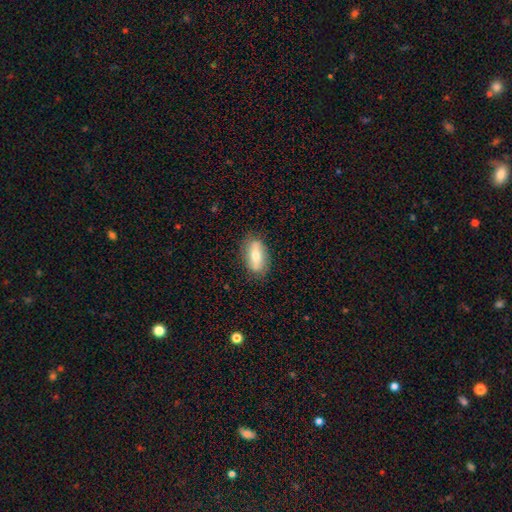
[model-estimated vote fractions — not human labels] Smooth or featured: smooth — 56% (featured or disk — 37%)
How rounded: in between — 81% (cigar-shaped — 14%)
Merging: none — 81% (minor disturbance — 14%)